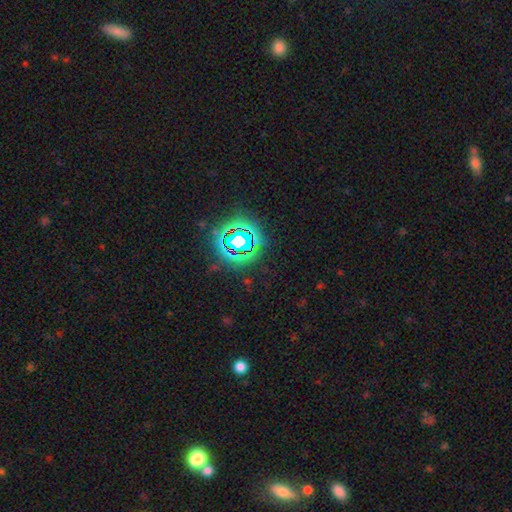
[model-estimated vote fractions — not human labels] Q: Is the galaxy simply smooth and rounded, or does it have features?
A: star or artifact — 79%.